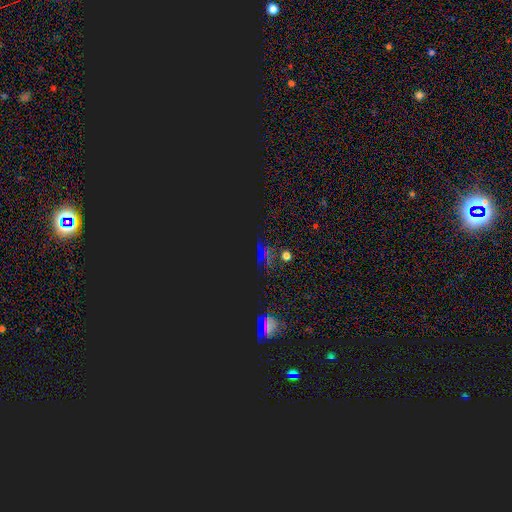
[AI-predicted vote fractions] Overall: star or artifact (77%).